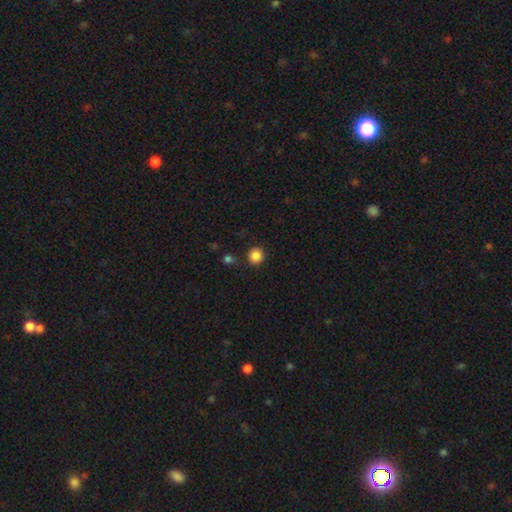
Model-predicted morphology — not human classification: Smooth or featured? Predicted: smooth (p=0.86). How rounded? Predicted: round (p=0.93). Merging? Predicted: none (p=0.87).